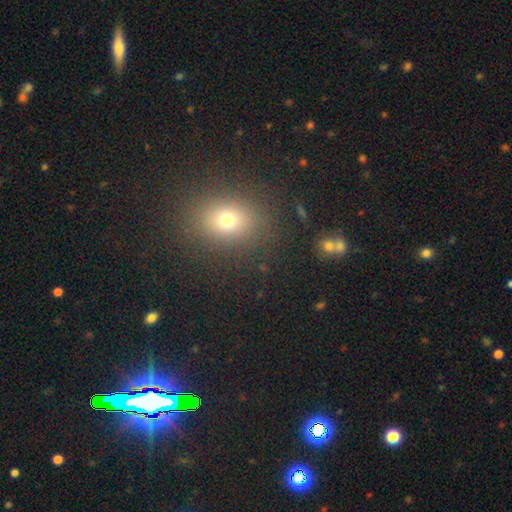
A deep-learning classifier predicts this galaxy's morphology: Smooth or featured? Predicted: smooth (p=0.56). How rounded? Predicted: round (p=0.53). Merging? Predicted: none (p=0.89).